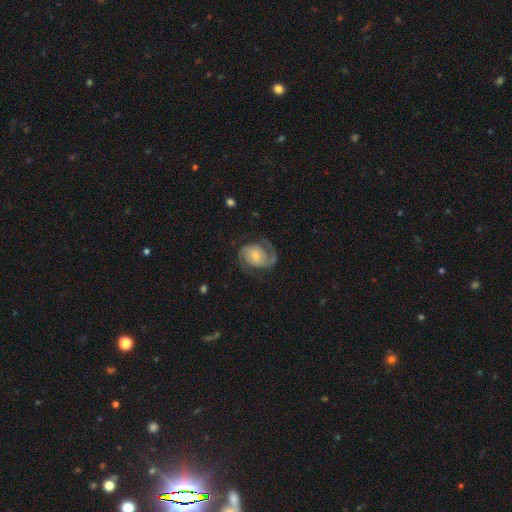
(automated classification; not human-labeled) Q: Smooth or featured?
A: featured or disk (87%); runner-up: smooth (8%)
Q: Edge-on disk?
A: no (98%); runner-up: yes (2%)
Q: Bar?
A: no (59%); runner-up: weak (33%)
Q: Spiral arms?
A: yes (97%); runner-up: no (3%)
Q: Spiral winding?
A: medium (51%); runner-up: tight (30%)
Q: Spiral arm count?
A: 2 (90%); runner-up: 1 (3%)
Q: Bulge size?
A: small (51%); runner-up: moderate (32%)
Q: Merging?
A: none (73%); runner-up: minor disturbance (15%)